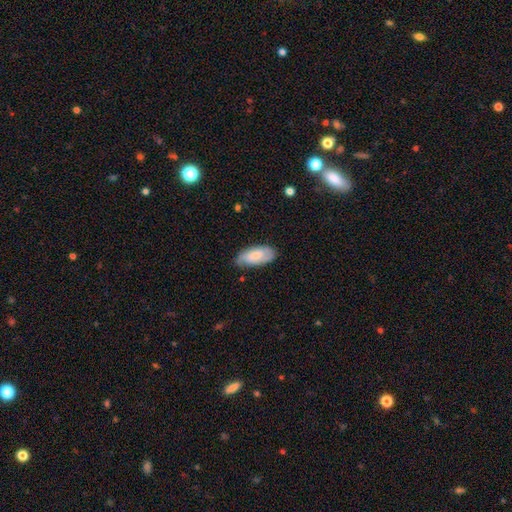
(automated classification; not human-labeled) Smooth or featured? smooth (64%)
How rounded? in between (89%)
Merging? none (70%)